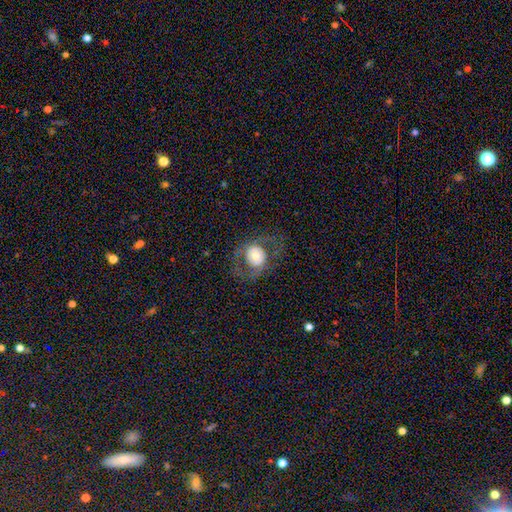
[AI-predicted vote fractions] Smooth or featured?
  - featured or disk: 48% *
  - smooth: 43%
  - star or artifact: 9%
Merging?
  - none: 69% *
  - major disturbance: 17%
  - minor disturbance: 13%
  - merger: 1%